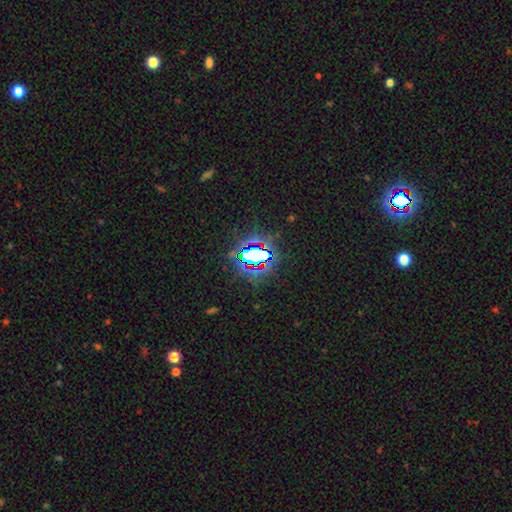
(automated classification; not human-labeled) Morphology: type=star or artifact (75%).